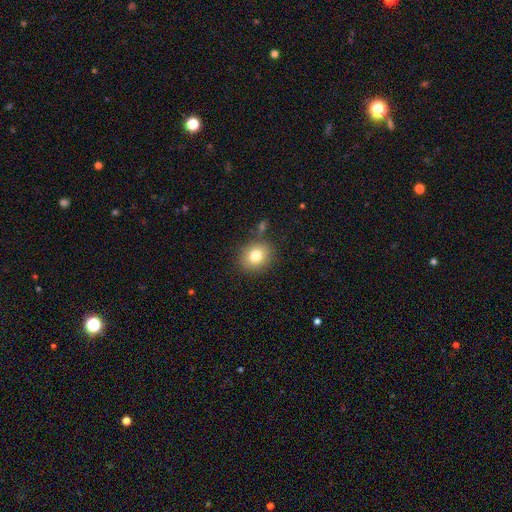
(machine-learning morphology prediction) Smooth or featured? Predicted: smooth (p=0.79). How rounded? Predicted: round (p=0.71). Merging? Predicted: none (p=0.81).